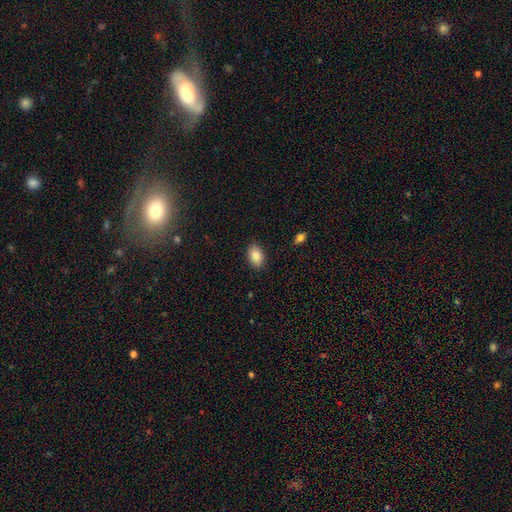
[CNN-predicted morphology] Smooth or featured?
  - smooth: 86% *
  - star or artifact: 7%
  - featured or disk: 7%
How rounded?
  - in between: 89% *
  - round: 9%
  - cigar-shaped: 1%
Merging?
  - none: 88% *
  - minor disturbance: 9%
  - major disturbance: 2%
  - merger: 1%